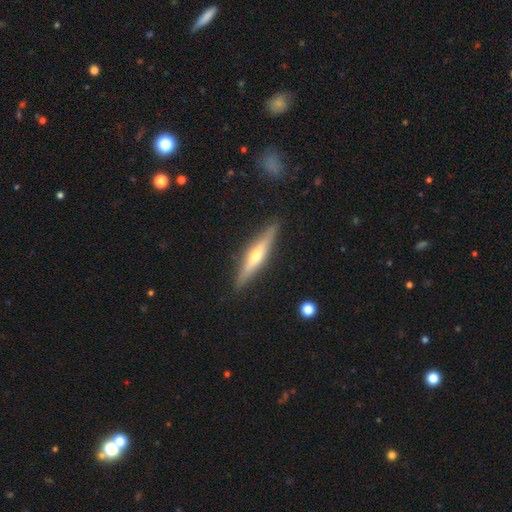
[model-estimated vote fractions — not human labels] Overall: featured or disk (66%; smooth 28%). Edge-on disk: yes (95%). Edge-on bulge: rounded (88%). Merging: none (89%).